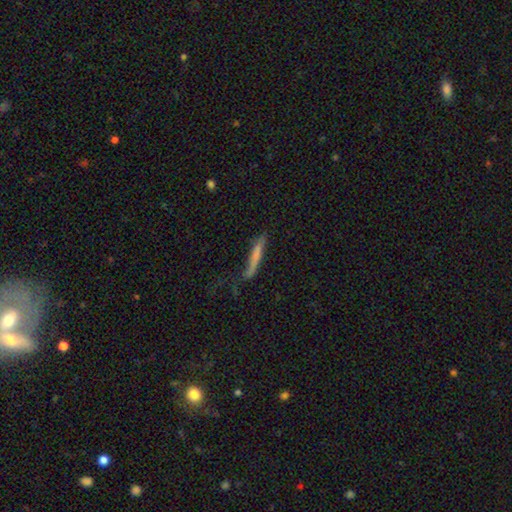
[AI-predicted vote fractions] Smooth or featured?
  - smooth: 64% *
  - featured or disk: 29%
  - star or artifact: 8%
How rounded?
  - cigar-shaped: 93% *
  - in between: 5%
  - round: 2%
Merging?
  - none: 52% *
  - minor disturbance: 25%
  - major disturbance: 17%
  - merger: 6%